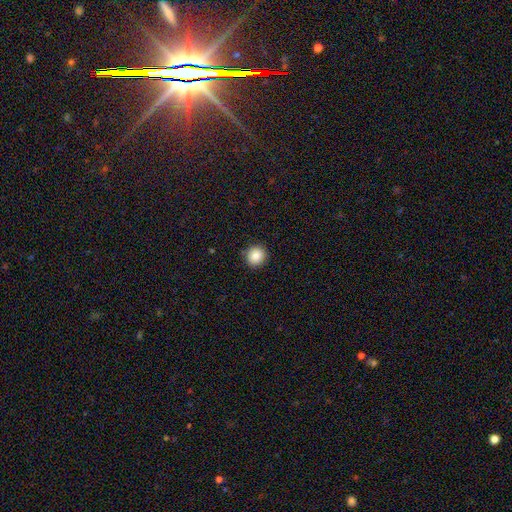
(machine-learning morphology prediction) Smooth or featured?
  - smooth: 87% *
  - star or artifact: 9%
  - featured or disk: 4%
How rounded?
  - round: 93% *
  - in between: 6%
  - cigar-shaped: 1%
Merging?
  - none: 91% *
  - minor disturbance: 6%
  - major disturbance: 2%
  - merger: 1%